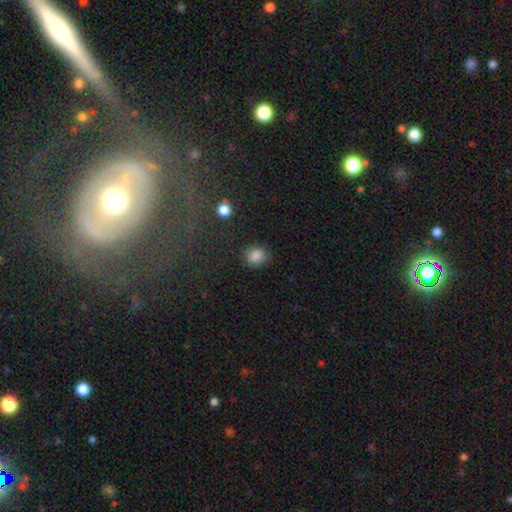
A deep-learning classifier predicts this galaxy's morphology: smooth-or-featured: smooth: 86% | star or artifact: 10% | featured or disk: 4%
  how-rounded: round: 70% | in between: 29% | cigar-shaped: 1%
  merging: none: 80% | minor disturbance: 14% | major disturbance: 4% | merger: 2%